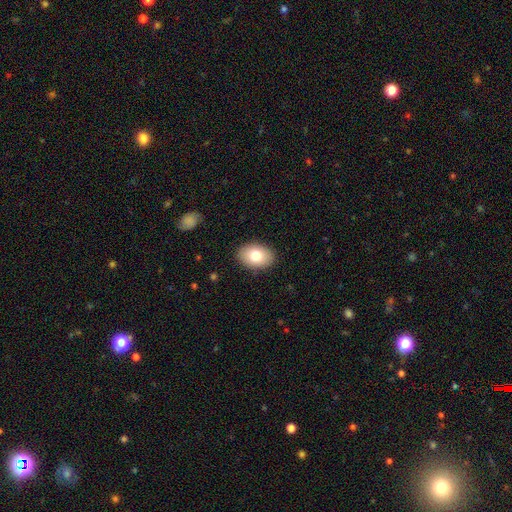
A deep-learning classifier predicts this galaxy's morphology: A smooth galaxy with no disk features (79%) that is in between round and cigar-shaped (82%).

Vote fractions:
- Smooth or featured? smooth: 79% / featured or disk: 14% / star or artifact: 7%
- How rounded? in between: 82% / round: 17% / cigar-shaped: 1%
- Merging? none: 89% / minor disturbance: 8% / major disturbance: 2% / merger: 1%